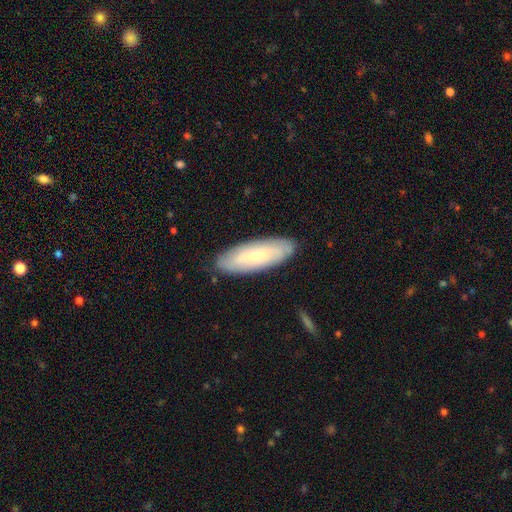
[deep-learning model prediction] smooth_or_featured: smooth (p=0.49) [alt: featured or disk p=0.45]
merging: none (p=0.87) [alt: minor disturbance p=0.10]